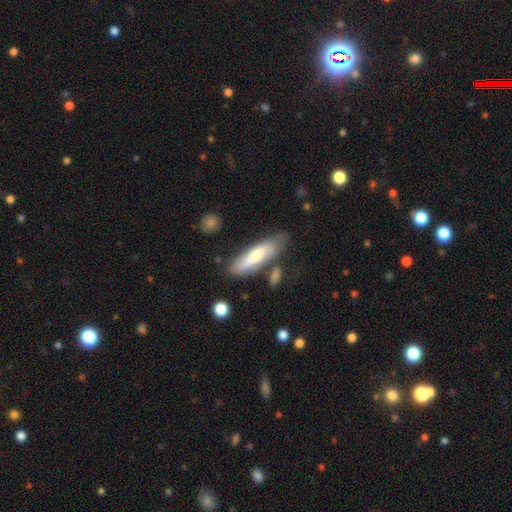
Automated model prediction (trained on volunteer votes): Q: Smooth or featured?
A: smooth (55%); runner-up: featured or disk (39%)
Q: How rounded?
A: cigar-shaped (58%); runner-up: in between (40%)
Q: Merging?
A: none (64%); runner-up: minor disturbance (21%)